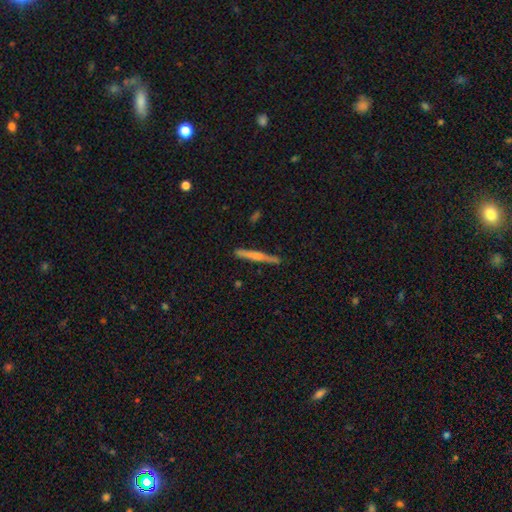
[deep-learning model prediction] featured or disk 52%, smooth 42%, star or artifact 6%. Down the decision tree: edge-on disk — yes (97%); edge-on bulge — rounded (57%); merging — none (88%).